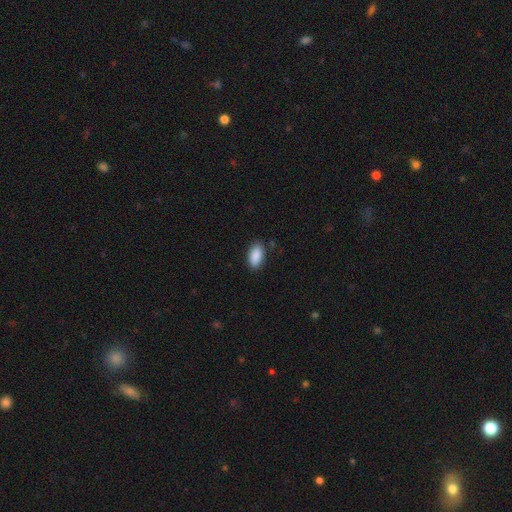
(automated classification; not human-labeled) Smooth or featured: smooth — 90% (star or artifact — 7%)
How rounded: in between — 93% (cigar-shaped — 4%)
Merging: none — 85% (minor disturbance — 11%)